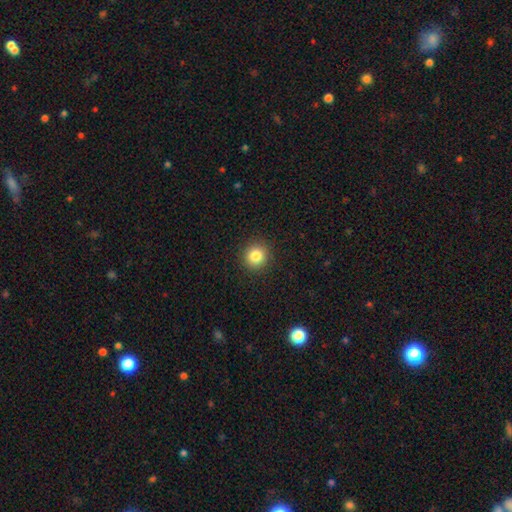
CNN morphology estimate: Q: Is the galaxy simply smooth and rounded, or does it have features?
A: smooth — 84%.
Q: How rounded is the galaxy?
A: round — 93%.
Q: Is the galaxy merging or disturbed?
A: none — 91%.